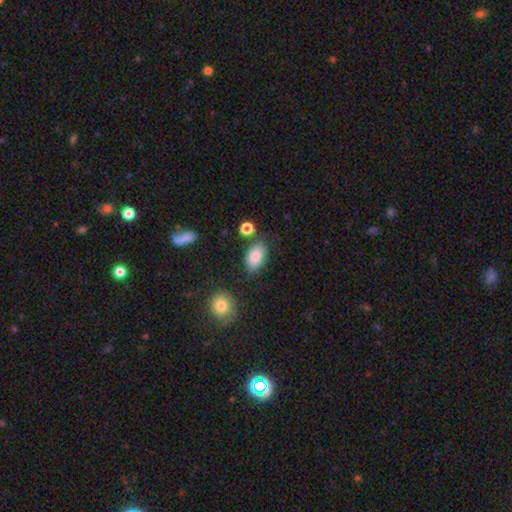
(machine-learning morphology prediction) smooth_or_featured: smooth (p=0.84) [alt: star or artifact p=0.08]
how_rounded: in between (p=0.91) [alt: round p=0.07]
merging: none (p=0.77) [alt: minor disturbance p=0.13]